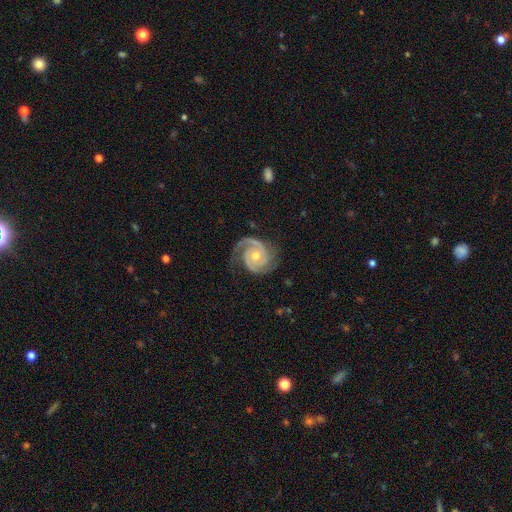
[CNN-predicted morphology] Smooth or featured: featured or disk — 93% (star or artifact — 4%)
Edge-on disk: no — 98% (yes — 2%)
Bar: no — 74% (weak — 21%)
Spiral arms: yes — 98% (no — 2%)
Spiral winding: tight — 62% (medium — 33%)
Spiral arm count: 2 — 78% (3 — 11%)
Bulge size: moderate — 60% (small — 36%)
Merging: none — 75% (minor disturbance — 17%)